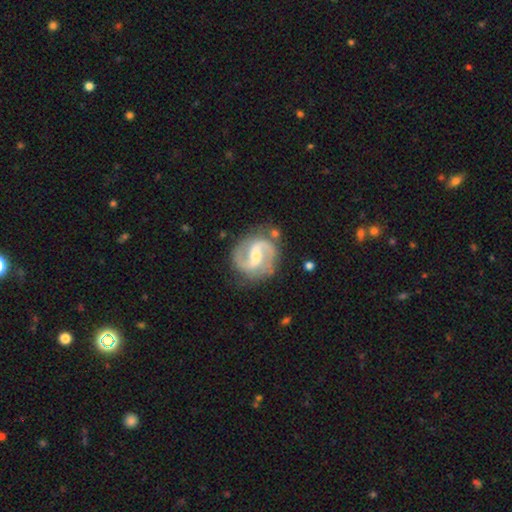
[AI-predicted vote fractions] featured or disk 91%, smooth 5%, star or artifact 4%. Down the decision tree: edge-on disk — no (98%); bar — weak (47%); spiral arms — yes (98%); spiral arm count — 2 (93%); spiral winding — medium (59%); bulge size — small (47%, tied with moderate); merging — none (81%).